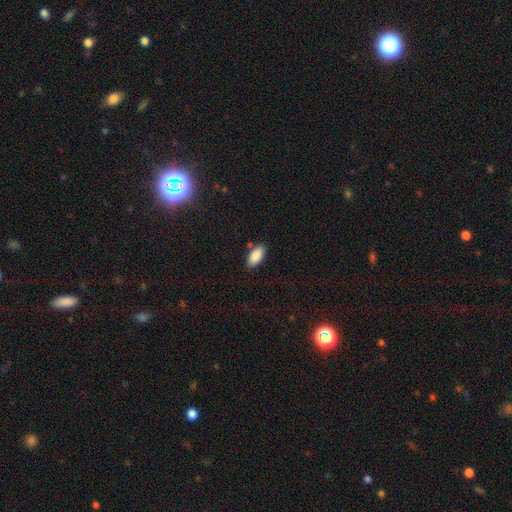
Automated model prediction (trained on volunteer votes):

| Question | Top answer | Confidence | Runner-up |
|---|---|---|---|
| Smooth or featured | smooth | 88% | star or artifact (7%) |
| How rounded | in between | 93% | cigar-shaped (5%) |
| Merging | none | 83% | minor disturbance (11%) |